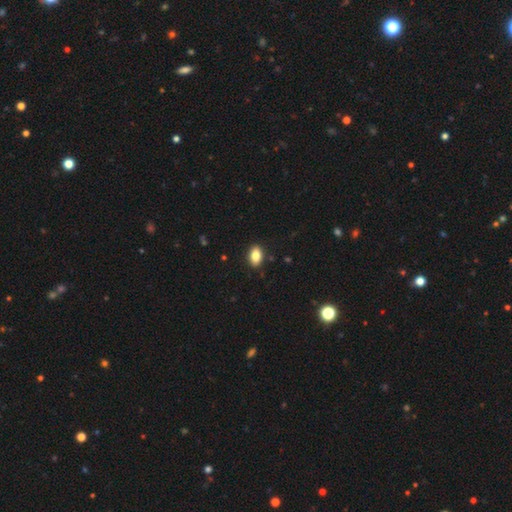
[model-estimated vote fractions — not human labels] smooth 85%, star or artifact 8%, featured or disk 7%. Down the decision tree: how rounded — in between (87%); merging — none (89%).